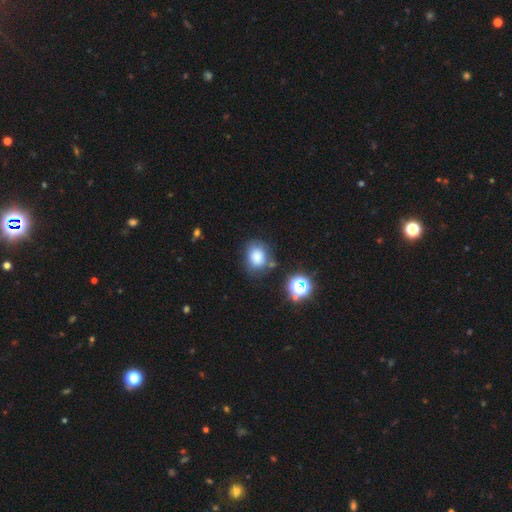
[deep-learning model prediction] This is likely a smooth galaxy (80%). How rounded: possibly round (52%). Merging: likely none (67%).